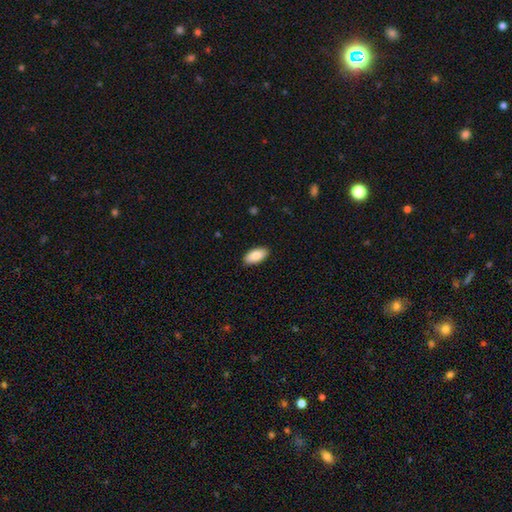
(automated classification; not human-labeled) smooth 86%, featured or disk 7%, star or artifact 6%. Down the decision tree: how rounded — in between (94%); merging — none (89%).